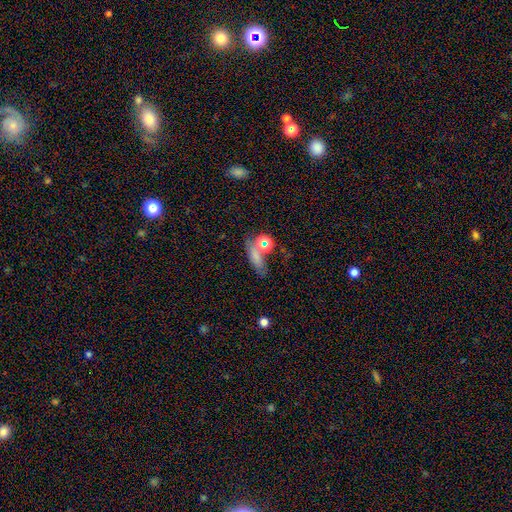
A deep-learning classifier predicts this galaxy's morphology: smooth_or_featured: smooth (p=0.62) [alt: star or artifact p=0.25]
how_rounded: in between (p=0.54) [alt: cigar-shaped p=0.29]
merging: none (p=0.60) [alt: minor disturbance p=0.16]